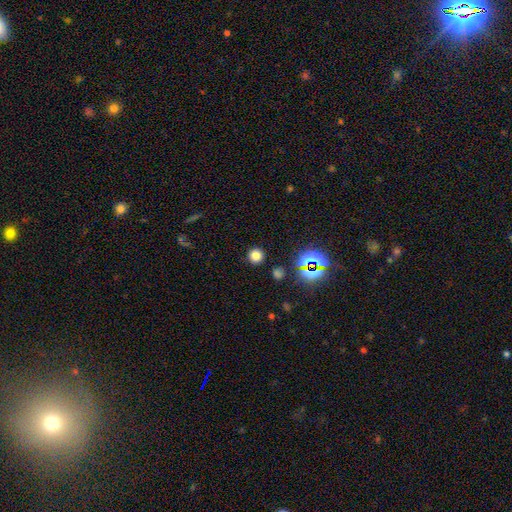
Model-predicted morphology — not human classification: Q: Smooth or featured?
A: smooth (75%); runner-up: star or artifact (20%)
Q: How rounded?
A: round (94%); runner-up: in between (5%)
Q: Merging?
A: none (90%); runner-up: minor disturbance (6%)